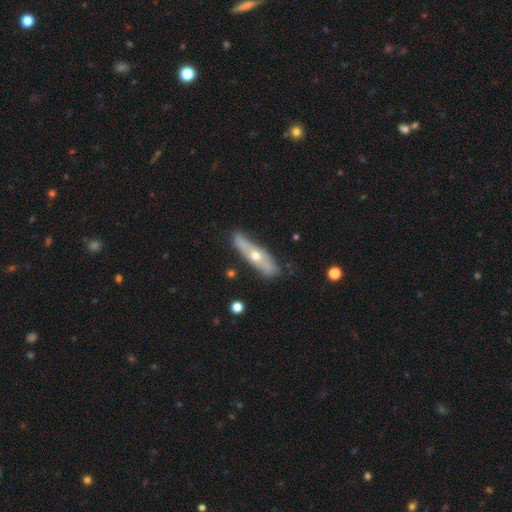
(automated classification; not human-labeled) This appears to be a featured or disk galaxy (51%) viewed edge-on (64%). Merging: none (75%).